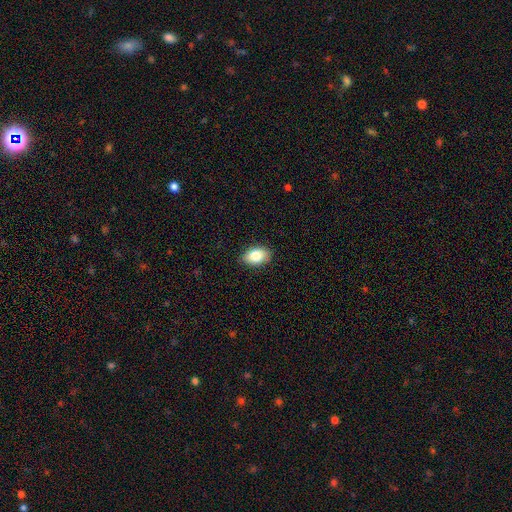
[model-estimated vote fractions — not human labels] Smooth or featured?
  - smooth: 84% *
  - featured or disk: 9%
  - star or artifact: 7%
How rounded?
  - in between: 88% *
  - round: 11%
  - cigar-shaped: 1%
Merging?
  - none: 86% *
  - minor disturbance: 11%
  - major disturbance: 2%
  - merger: 1%